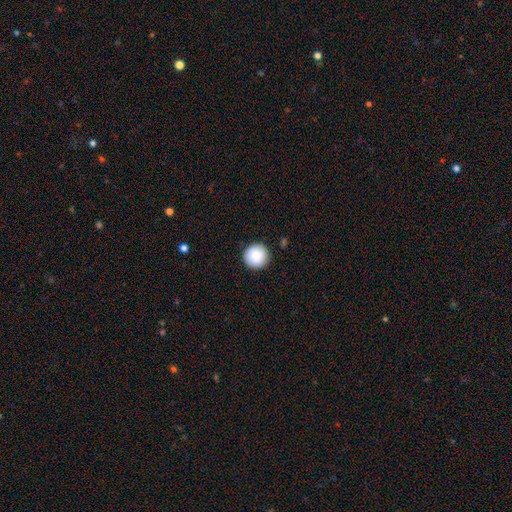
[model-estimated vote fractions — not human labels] A smooth galaxy with no disk features (89%) that is round (96%). Merging: none (92%).